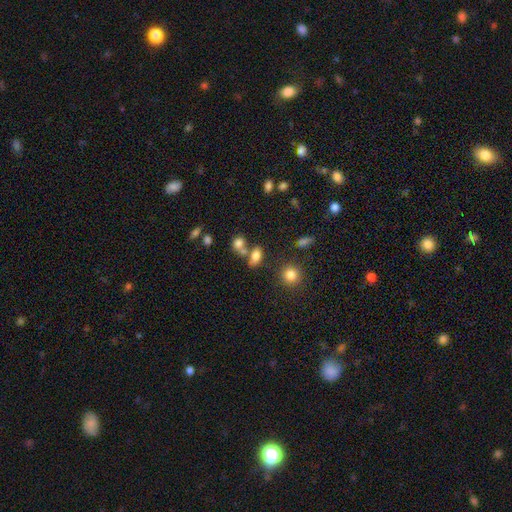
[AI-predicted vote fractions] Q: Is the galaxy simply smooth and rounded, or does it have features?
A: smooth — 76%.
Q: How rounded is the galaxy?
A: in between — 78%.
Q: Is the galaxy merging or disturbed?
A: none — 45%.